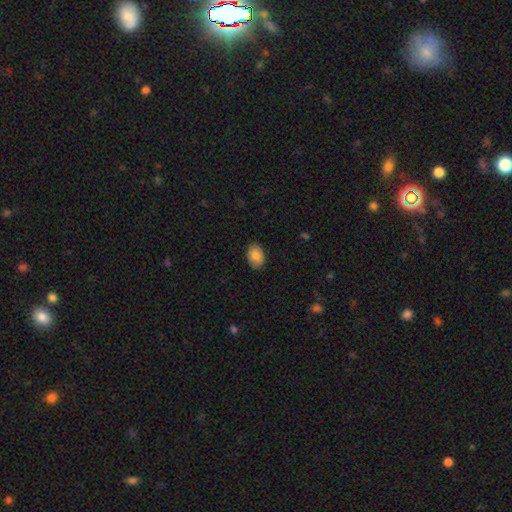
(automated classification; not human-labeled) Overall: smooth (87%). How rounded: in between (87%). Merging: none (88%).